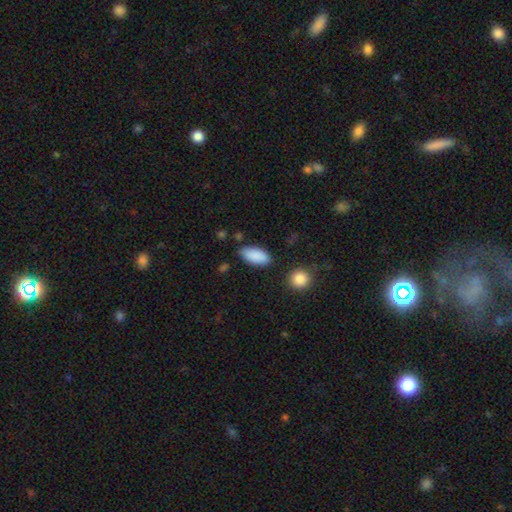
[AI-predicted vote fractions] This appears to be a smooth galaxy with no disk features (89%) that is in between round and cigar-shaped (90%). Merging: none (82%).